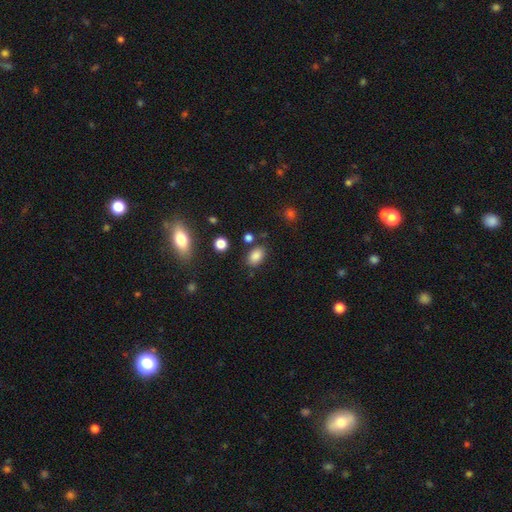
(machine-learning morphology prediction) This is clearly a smooth galaxy (84%). How rounded: clearly in between (85%). Merging: likely none (79%).